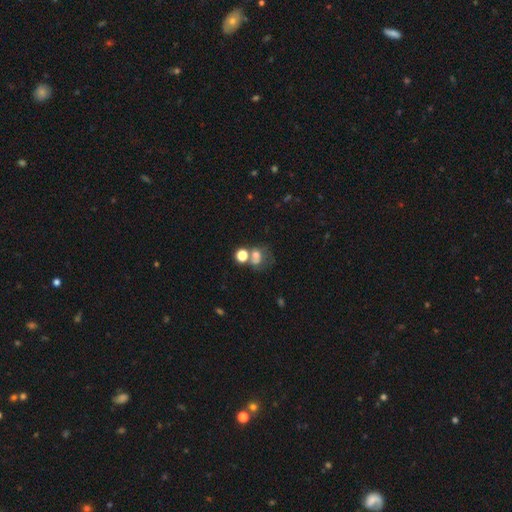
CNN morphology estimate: smooth 58%, featured or disk 23%, star or artifact 20%. Down the decision tree: how rounded — round (65%); merging — merger (39%).